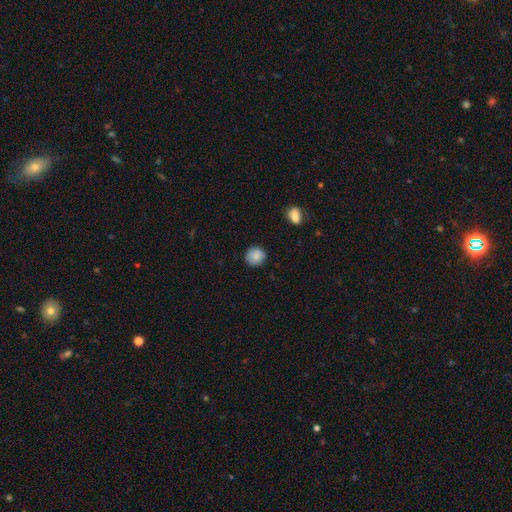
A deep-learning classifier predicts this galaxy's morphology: Smooth or featured? Predicted: smooth (p=0.87). How rounded? Predicted: round (p=0.88). Merging? Predicted: none (p=0.85).